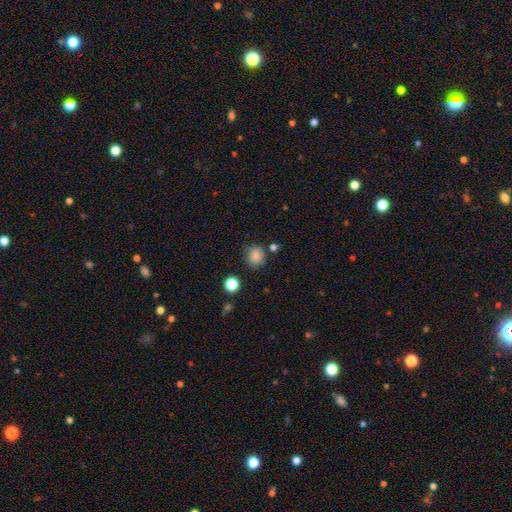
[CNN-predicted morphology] Smooth or featured: smooth — 85% (star or artifact — 10%)
How rounded: round — 84% (in between — 15%)
Merging: none — 78% (minor disturbance — 13%)